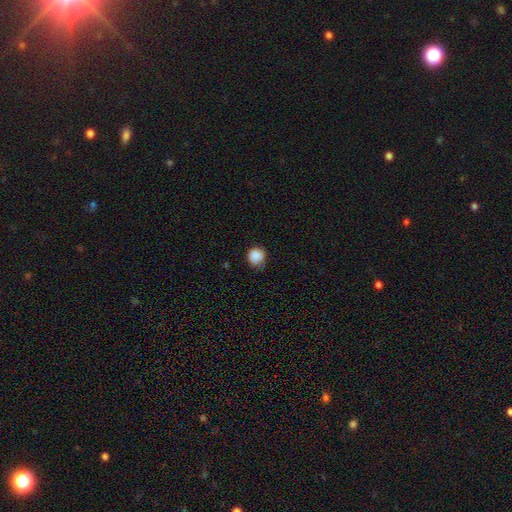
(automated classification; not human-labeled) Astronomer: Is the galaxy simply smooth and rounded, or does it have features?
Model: smooth — 87%.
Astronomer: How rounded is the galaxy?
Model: round — 89%.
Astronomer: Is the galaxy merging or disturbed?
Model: none — 72%.